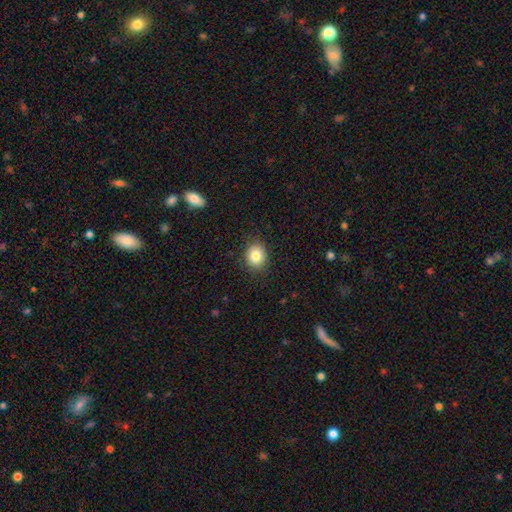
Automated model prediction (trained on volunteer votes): This is clearly a smooth galaxy (84%). How rounded: likely round (66%). Merging: clearly none (87%).